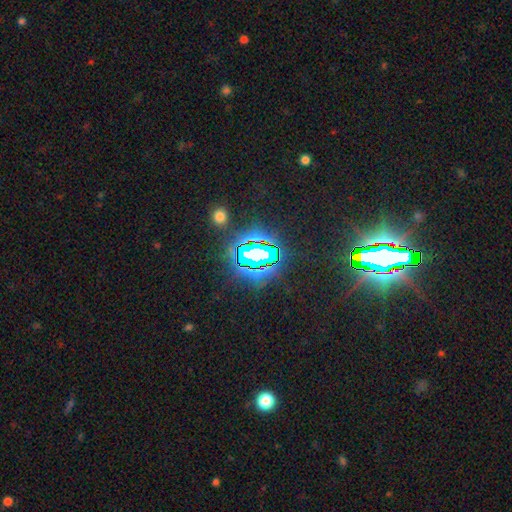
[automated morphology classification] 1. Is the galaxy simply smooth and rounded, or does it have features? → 77% star or artifact, 12% smooth, 11% featured or disk.